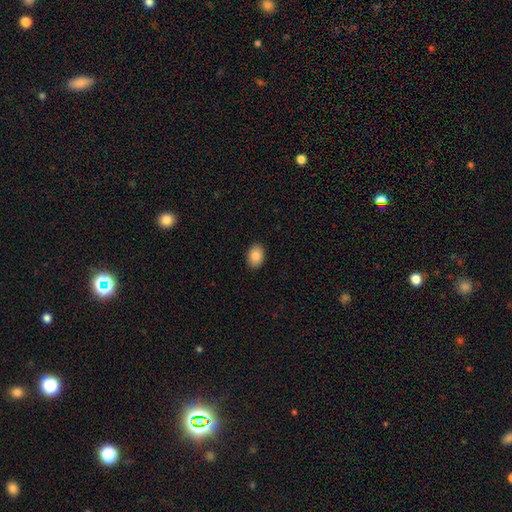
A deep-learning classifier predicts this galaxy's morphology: Smooth or featured? smooth (86%)
How rounded? in between (79%)
Merging? none (90%)